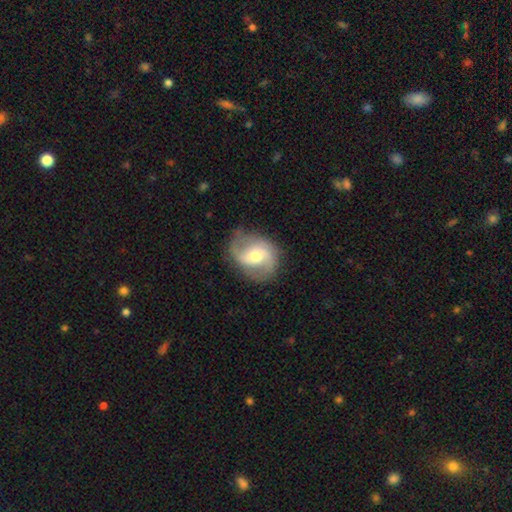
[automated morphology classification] Overall: featured or disk (77%). Edge-on disk: no (97%). Bar: weak (46%; no 37%). Spiral arms: yes (93%). Spiral arm count: 2 (80%). Spiral winding: medium (43%; loose 40%). Bulge size: moderate (62%; small 31%). Merging: none (72%).